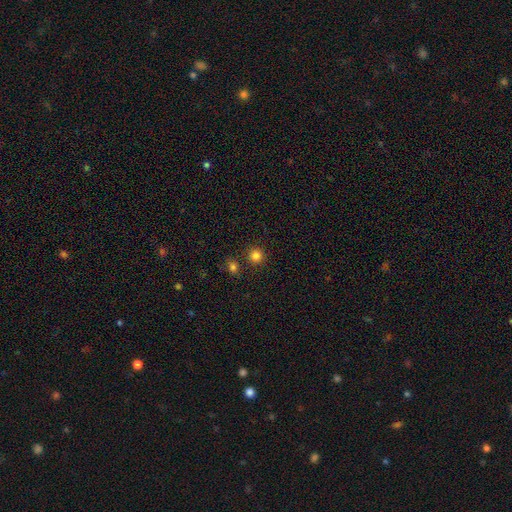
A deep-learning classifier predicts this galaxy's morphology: A smooth galaxy with no disk features (82%) that is round (94%).

Vote fractions:
- Smooth or featured? smooth: 82% / star or artifact: 14% / featured or disk: 4%
- How rounded? round: 94% / in between: 5% / cigar-shaped: 1%
- Merging? none: 86% / merger: 6% / minor disturbance: 6% / major disturbance: 2%